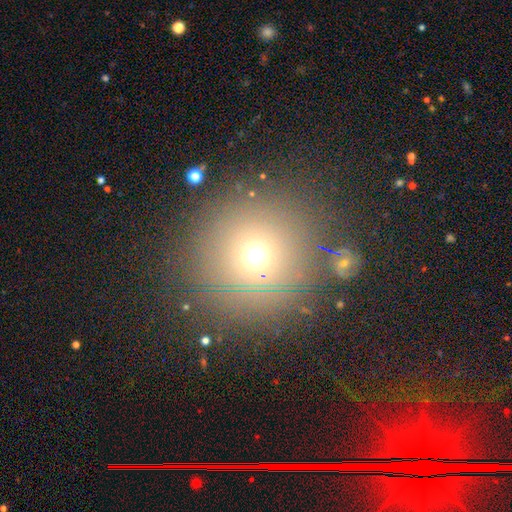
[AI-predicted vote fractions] smooth_or_featured: smooth (p=0.64) [alt: star or artifact p=0.24]
how_rounded: round (p=0.91) [alt: in between p=0.08]
merging: none (p=0.76) [alt: minor disturbance p=0.10]